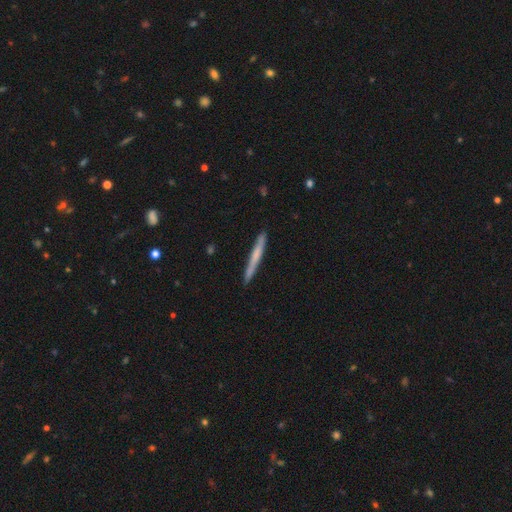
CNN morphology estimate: This is possibly a smooth galaxy (57%). How rounded: clearly cigar-shaped (97%). Merging: clearly none (88%).